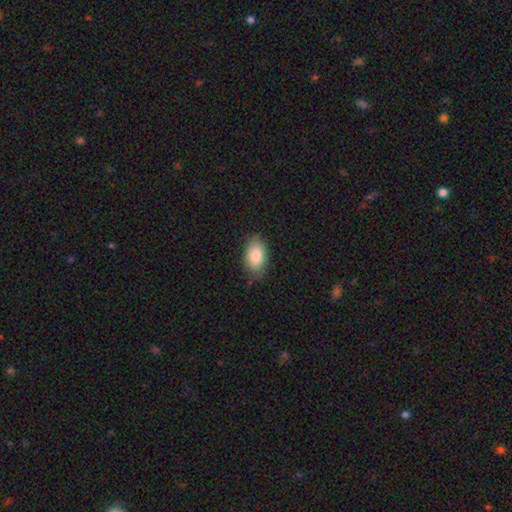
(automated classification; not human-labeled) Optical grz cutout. It shows a smooth galaxy with no disk features (84%) that is in between round and cigar-shaped (91%). Merging: none (77%).